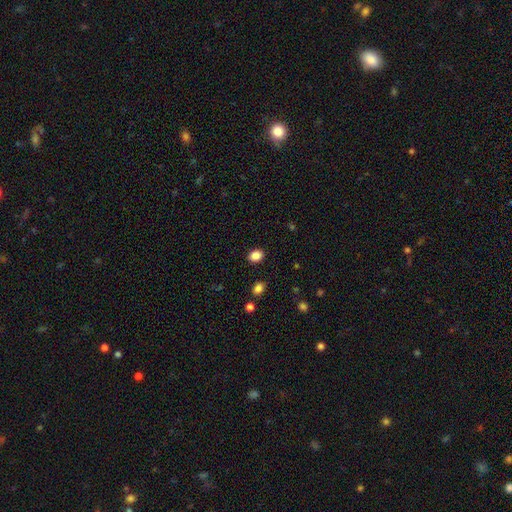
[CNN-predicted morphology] smooth_or_featured: smooth (p=0.87) [alt: star or artifact p=0.10]
how_rounded: in between (p=0.58) [alt: round p=0.41]
merging: none (p=0.89) [alt: minor disturbance p=0.07]